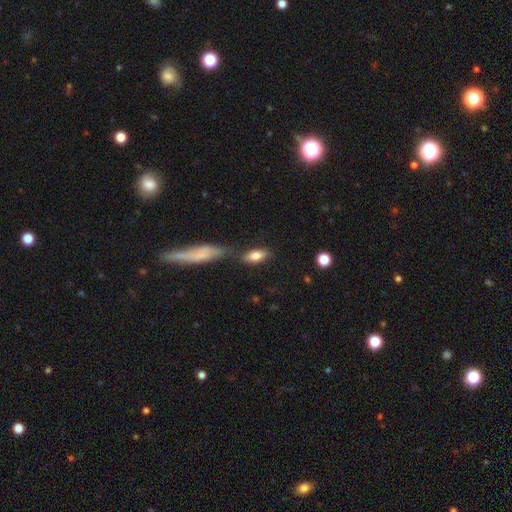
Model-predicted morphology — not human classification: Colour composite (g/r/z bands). It shows a smooth galaxy with no disk features (77%) that is in between round and cigar-shaped (78%). Merging: none (66%).